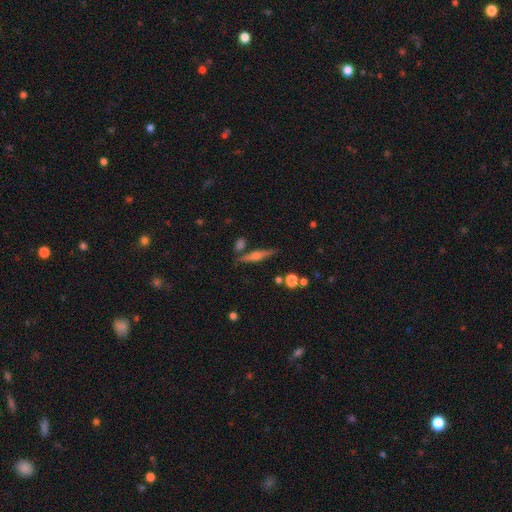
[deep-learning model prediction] A featured or disk galaxy (61%) viewed edge-on (96%) with a rounded central bulge (81%). Merging: none (80%).